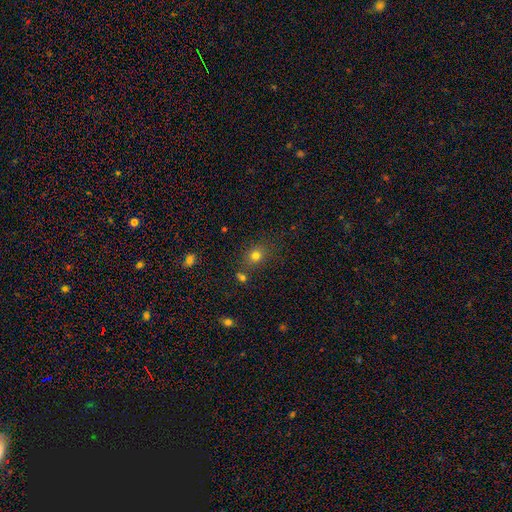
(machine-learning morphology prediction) smooth 76%, star or artifact 16%, featured or disk 8%. Down the decision tree: how rounded — round (65%); merging — none (75%).